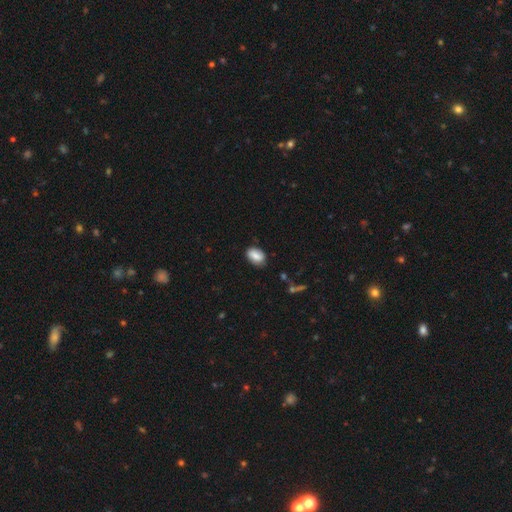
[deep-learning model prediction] Morphology: type=smooth (83%); roundness=in between (87%); merging=none (80%).